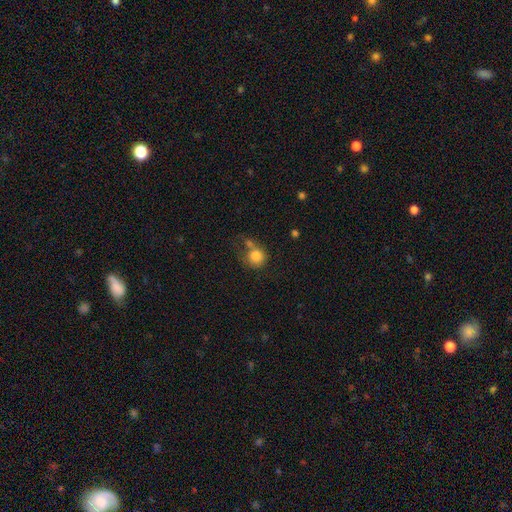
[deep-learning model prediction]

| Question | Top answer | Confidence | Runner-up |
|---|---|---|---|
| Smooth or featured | smooth | 81% | star or artifact (9%) |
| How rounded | round | 85% | in between (14%) |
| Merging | none | 44% | merger (29%) |